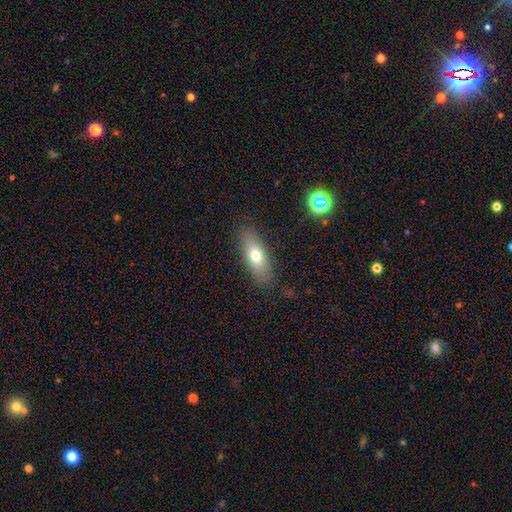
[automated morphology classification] smooth-or-featured: smooth: 70% | featured or disk: 22% | star or artifact: 8%
  how-rounded: in between: 72% | cigar-shaped: 25% | round: 4%
  merging: none: 83% | minor disturbance: 12% | major disturbance: 4% | merger: 1%